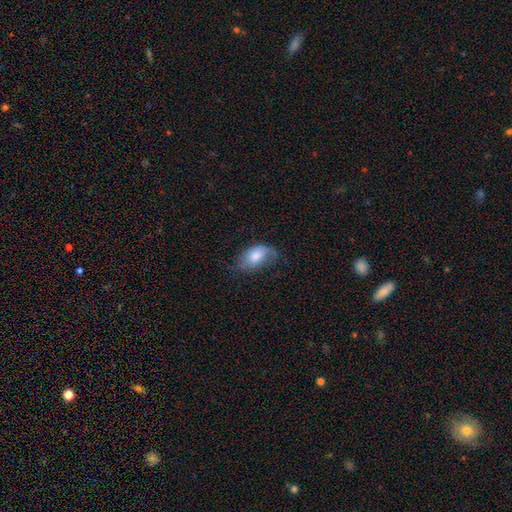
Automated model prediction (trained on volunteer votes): Smooth or featured? Predicted: smooth (p=0.63). How rounded? Predicted: in between (p=0.91). Merging? Predicted: none (p=0.47).